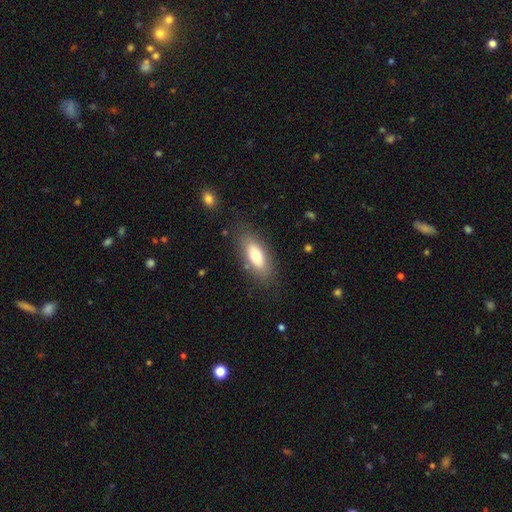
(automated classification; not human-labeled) smooth-or-featured: smooth: 73% | featured or disk: 20% | star or artifact: 7%
  how-rounded: in between: 79% | cigar-shaped: 19% | round: 3%
  merging: none: 81% | minor disturbance: 13% | major disturbance: 4% | merger: 2%